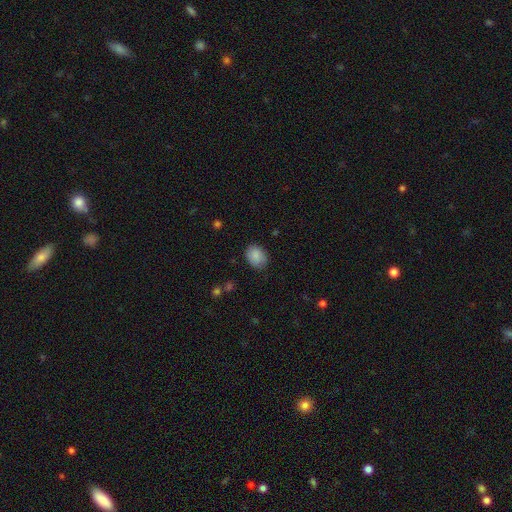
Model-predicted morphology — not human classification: smooth 88%, star or artifact 7%, featured or disk 5%. Down the decision tree: how rounded — in between (63%); merging — none (82%).